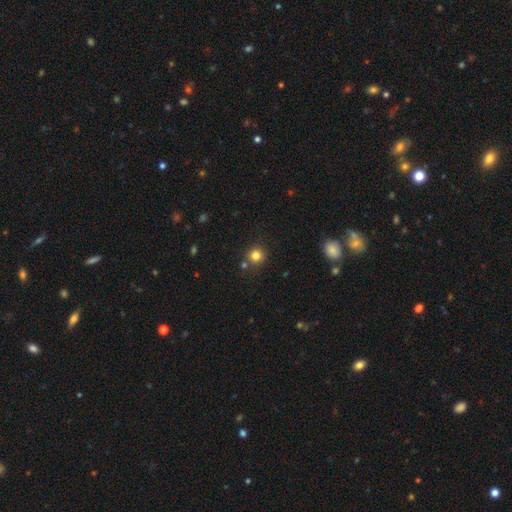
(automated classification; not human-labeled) Overall: smooth (81%). How rounded: round (93%). Merging: none (82%).